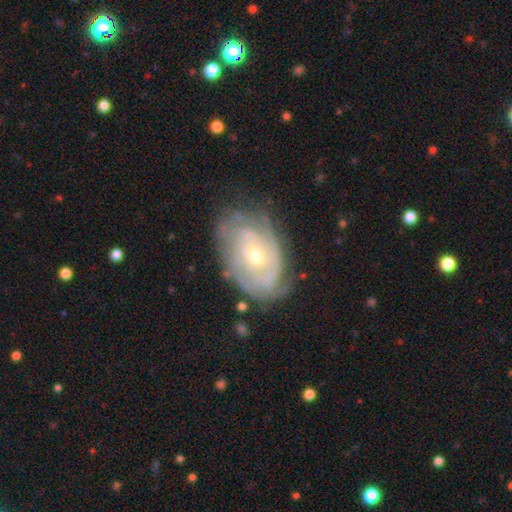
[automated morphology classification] Smooth or featured?
  - featured or disk: 83% *
  - smooth: 11%
  - star or artifact: 6%
Edge-on disk?
  - no: 96% *
  - yes: 4%
Bar?
  - no: 74% *
  - weak: 22%
  - strong: 5%
Spiral arms?
  - yes: 92% *
  - no: 8%
Spiral winding?
  - tight: 72% *
  - medium: 22%
  - loose: 6%
Spiral arm count?
  - can't tell: 43% *
  - 2: 19%
  - 3: 17%
  - 4: 11%
  - more than 4: 5%
  - 1: 5%
Bulge size?
  - small: 58% *
  - moderate: 39%
  - large: 2%
  - none: 1%
  - dominant: 1%
Merging?
  - none: 69% *
  - minor disturbance: 21%
  - major disturbance: 8%
  - merger: 2%